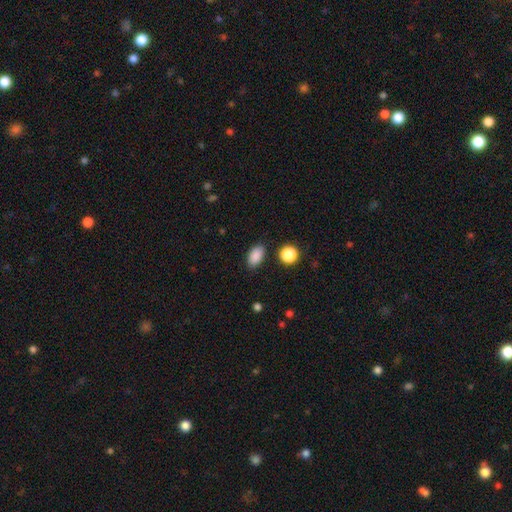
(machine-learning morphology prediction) Smooth or featured: smooth — 88% (star or artifact — 9%)
How rounded: in between — 90% (round — 8%)
Merging: none — 86% (minor disturbance — 9%)